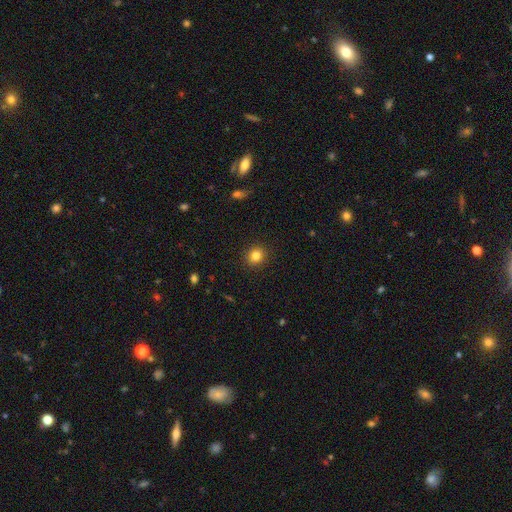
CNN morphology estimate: Smooth or featured? smooth (83%)
How rounded? round (83%)
Merging? none (91%)